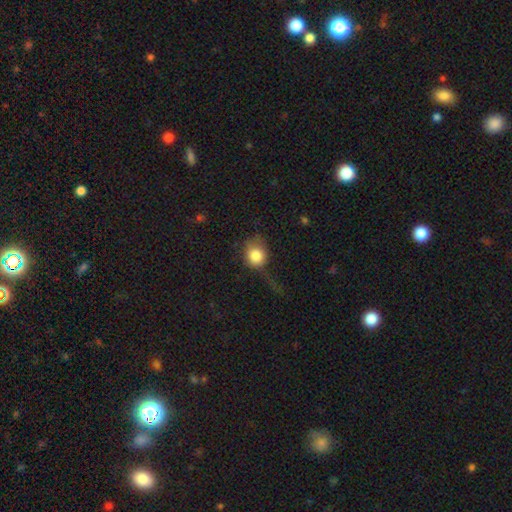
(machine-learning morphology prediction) This appears to be a smooth galaxy with no disk features (80%) that is round (77%). Merging: none (41%).